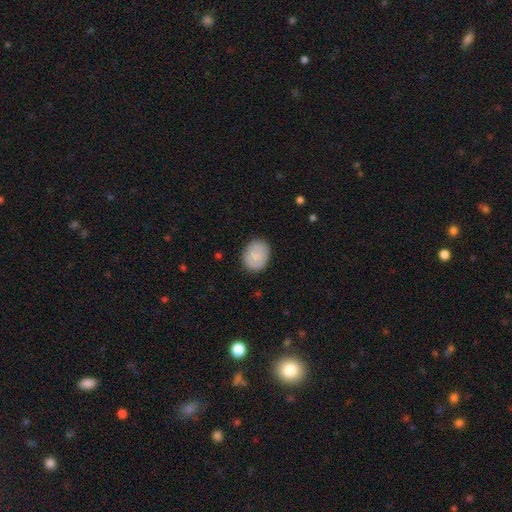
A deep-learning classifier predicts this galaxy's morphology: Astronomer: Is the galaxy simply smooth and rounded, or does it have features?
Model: smooth — 79%.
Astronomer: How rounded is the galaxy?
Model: in between — 51% (runner-up: round, 48%).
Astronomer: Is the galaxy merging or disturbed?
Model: none — 84%.